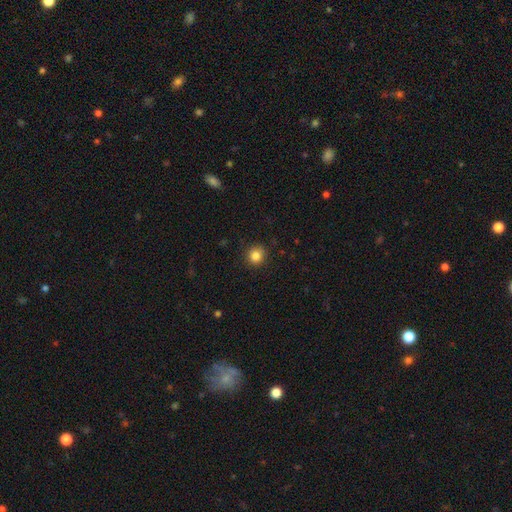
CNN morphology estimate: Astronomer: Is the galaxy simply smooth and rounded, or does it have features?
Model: smooth — 84%.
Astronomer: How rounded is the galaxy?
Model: round — 90%.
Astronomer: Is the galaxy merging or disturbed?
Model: none — 90%.